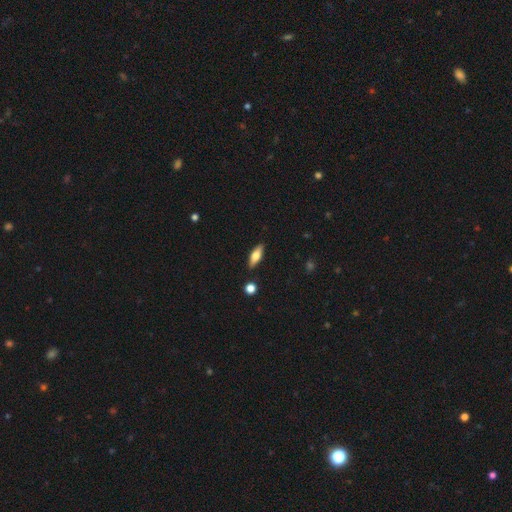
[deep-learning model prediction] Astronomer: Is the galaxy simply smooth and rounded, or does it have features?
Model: smooth — 60%.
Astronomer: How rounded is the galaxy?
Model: in between — 61%.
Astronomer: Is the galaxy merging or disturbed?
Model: none — 87%.